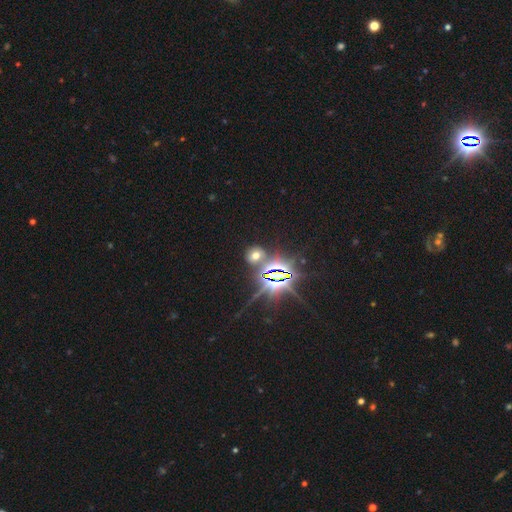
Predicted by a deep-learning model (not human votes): Smooth or featured: star or artifact — 47% (smooth — 42%)